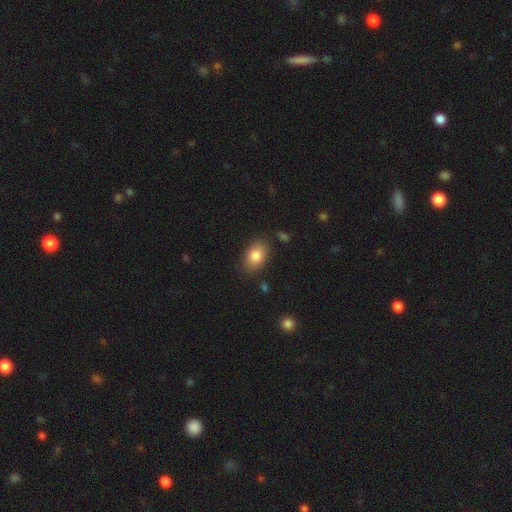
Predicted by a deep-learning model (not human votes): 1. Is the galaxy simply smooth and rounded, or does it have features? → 82% smooth, 10% featured or disk, 8% star or artifact.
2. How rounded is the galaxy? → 86% in between, 13% round, 1% cigar-shaped.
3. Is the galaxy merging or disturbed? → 83% none, 12% minor disturbance, 3% major disturbance, 2% merger.